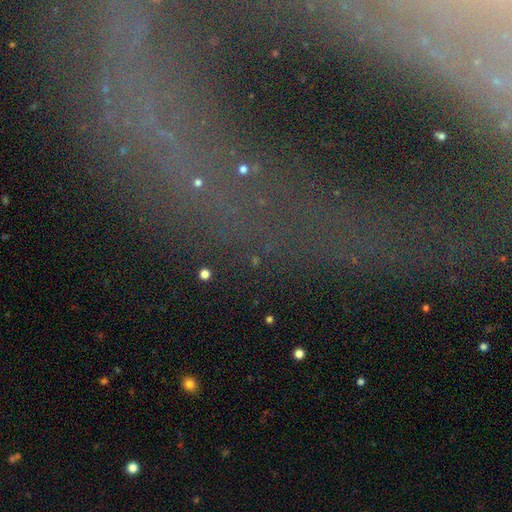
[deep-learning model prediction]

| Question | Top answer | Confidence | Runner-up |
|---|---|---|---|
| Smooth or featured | star or artifact | 60% | featured or disk (23%) |